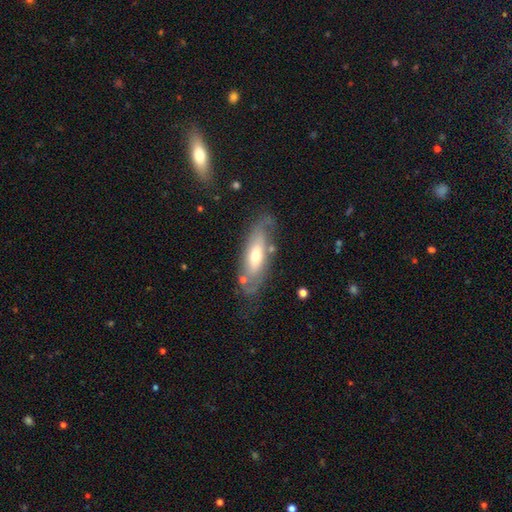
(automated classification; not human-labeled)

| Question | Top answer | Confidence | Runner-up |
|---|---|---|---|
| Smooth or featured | featured or disk | 54% | smooth (40%) |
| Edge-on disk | no | 71% | yes (29%) |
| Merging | none | 64% | minor disturbance (21%) |